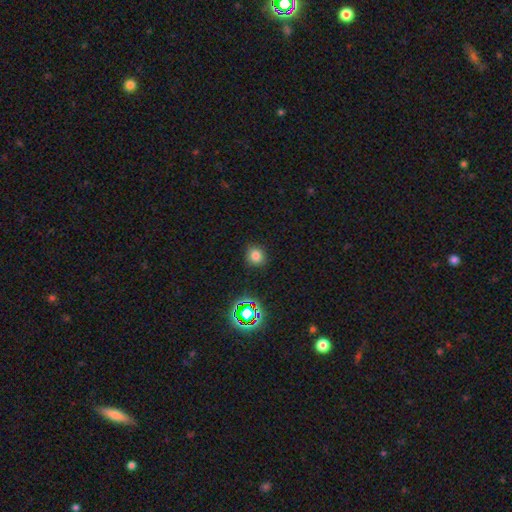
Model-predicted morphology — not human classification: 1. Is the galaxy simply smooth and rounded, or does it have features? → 76% smooth, 18% star or artifact, 5% featured or disk.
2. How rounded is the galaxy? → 86% round, 13% in between, 1% cigar-shaped.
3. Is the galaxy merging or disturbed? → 88% none, 8% minor disturbance, 3% major disturbance, 1% merger.